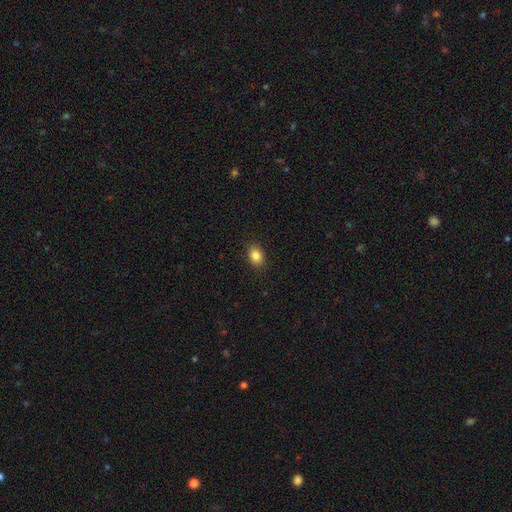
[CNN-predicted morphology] smooth-or-featured: smooth: 85% | star or artifact: 9% | featured or disk: 5%
  how-rounded: in between: 72% | round: 27% | cigar-shaped: 1%
  merging: none: 89% | minor disturbance: 8% | major disturbance: 2% | merger: 1%